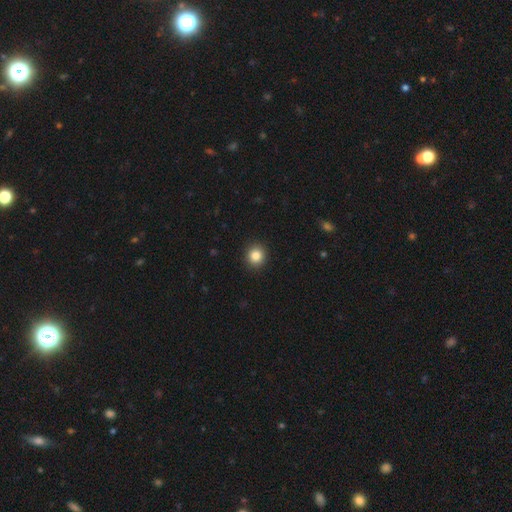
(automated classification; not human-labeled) Smooth or featured? Predicted: smooth (p=0.85). How rounded? Predicted: round (p=0.89). Merging? Predicted: none (p=0.92).